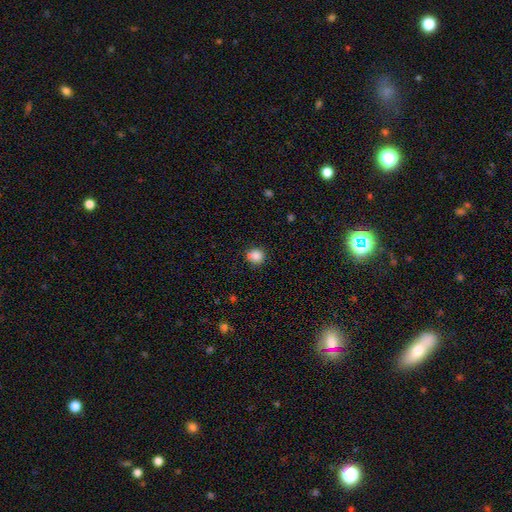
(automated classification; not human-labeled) The model was most divided on "merging": none: 72%, minor disturbance: 16%, merger: 8%, major disturbance: 4%. More confident: how rounded — round (88%); smooth or featured — smooth (84%).